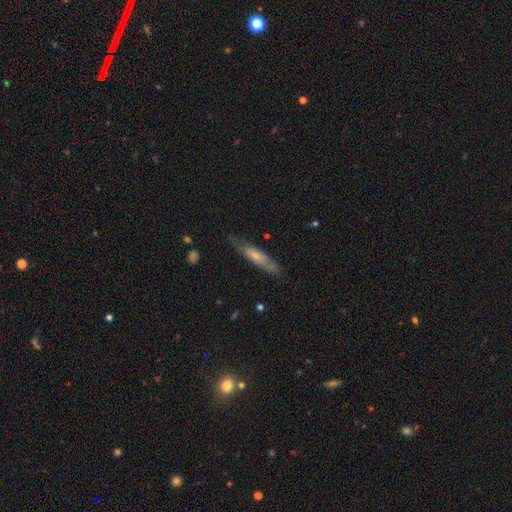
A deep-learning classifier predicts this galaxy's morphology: This appears to be a featured or disk galaxy (50%) viewed edge-on (69%). Merging: none (77%).